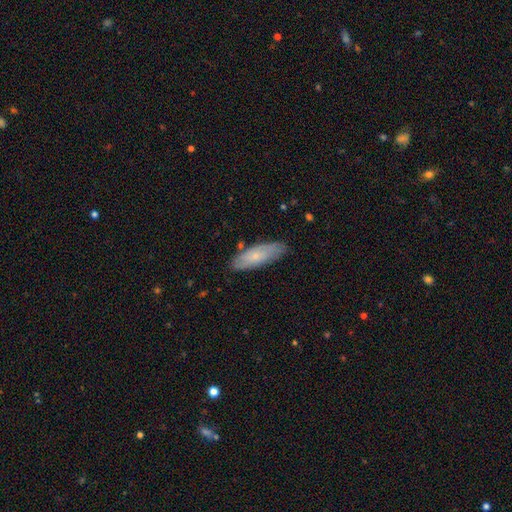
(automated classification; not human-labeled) Smooth or featured?
  - smooth: 59% *
  - featured or disk: 35%
  - star or artifact: 6%
How rounded?
  - in between: 56% *
  - cigar-shaped: 42%
  - round: 2%
Merging?
  - none: 82% *
  - minor disturbance: 14%
  - major disturbance: 2%
  - merger: 2%